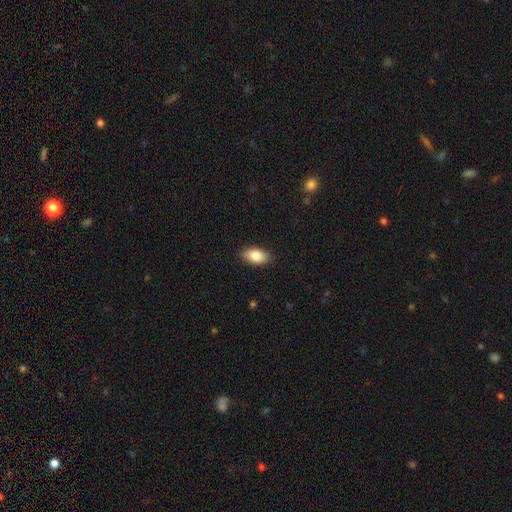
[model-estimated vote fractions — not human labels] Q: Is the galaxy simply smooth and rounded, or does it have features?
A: smooth — 84%.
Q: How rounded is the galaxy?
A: in between — 92%.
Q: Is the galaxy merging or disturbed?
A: none — 88%.